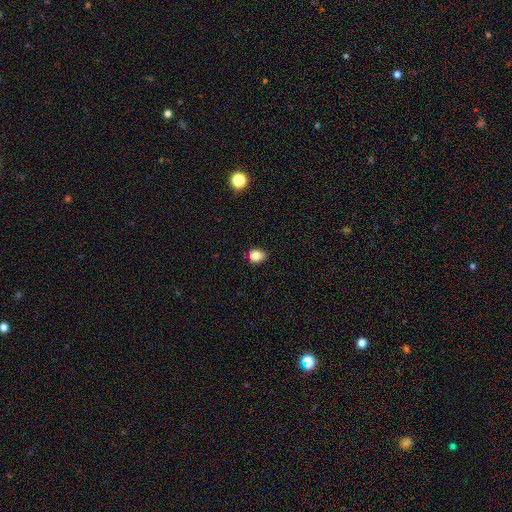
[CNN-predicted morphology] Overall: smooth (84%). How rounded: round (56%; in between 43%). Merging: none (87%).